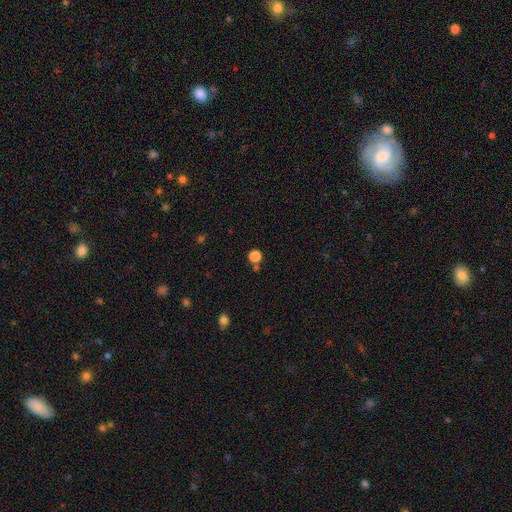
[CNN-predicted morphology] Smooth or featured? Predicted: smooth (p=0.80). How rounded? Predicted: round (p=0.90). Merging? Predicted: none (p=0.76).